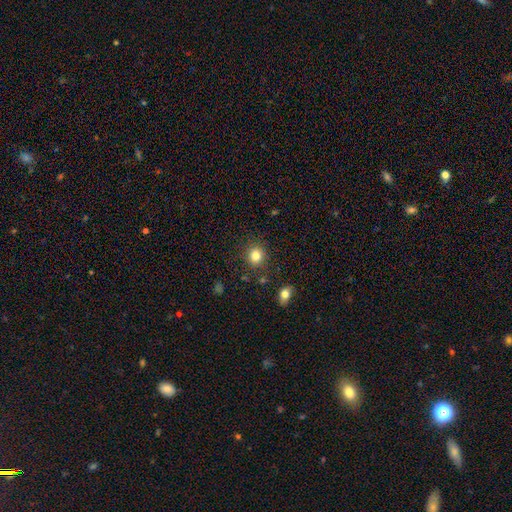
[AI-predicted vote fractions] Smooth or featured? smooth (82%)
How rounded? round (83%)
Merging? none (86%)